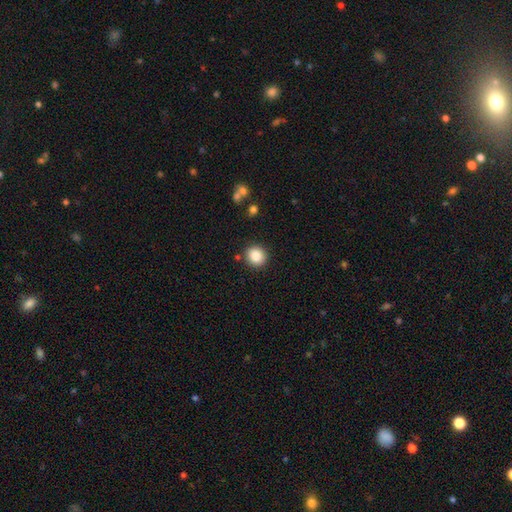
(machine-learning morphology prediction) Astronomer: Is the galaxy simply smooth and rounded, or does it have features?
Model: smooth — 86%.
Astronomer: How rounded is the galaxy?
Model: round — 88%.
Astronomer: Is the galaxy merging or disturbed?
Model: none — 89%.